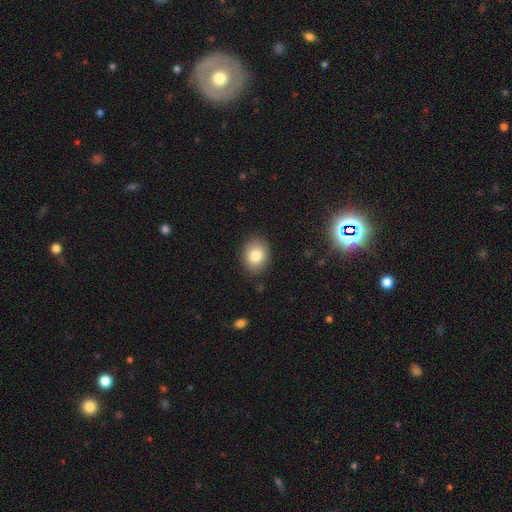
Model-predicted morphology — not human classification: A smooth galaxy with no disk features (82%) that is in between round and cigar-shaped (56%). Merging: none (86%).